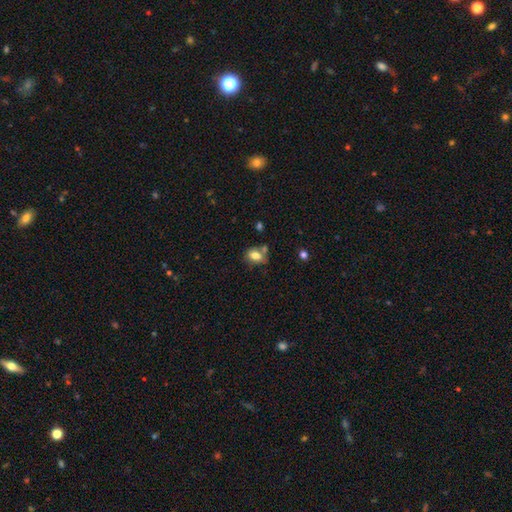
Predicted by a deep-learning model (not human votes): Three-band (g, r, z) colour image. It shows a smooth galaxy with no disk features (77%) that is in between round and cigar-shaped (75%). Merging: none (54%).